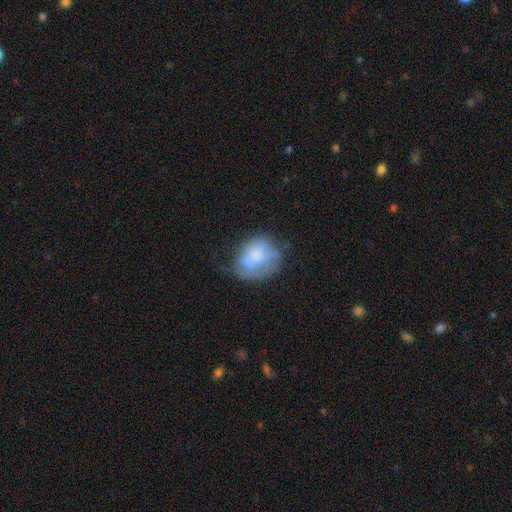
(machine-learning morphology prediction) Smooth or featured? smooth (64%)
How rounded? round (54%)
Merging? none (41%)